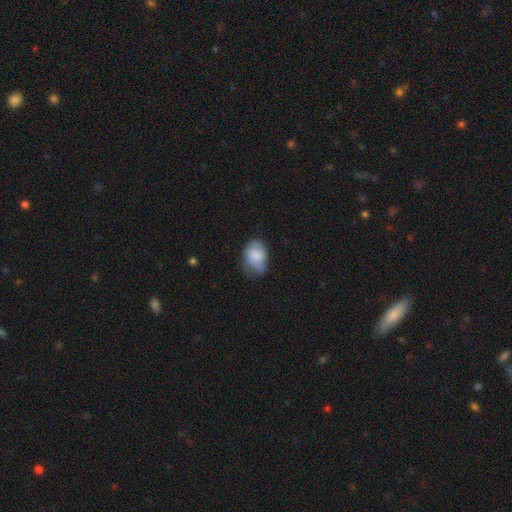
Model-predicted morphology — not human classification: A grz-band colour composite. It shows a smooth galaxy with no disk features (79%) that is in between round and cigar-shaped (80%). Merging: minor disturbance (43%).